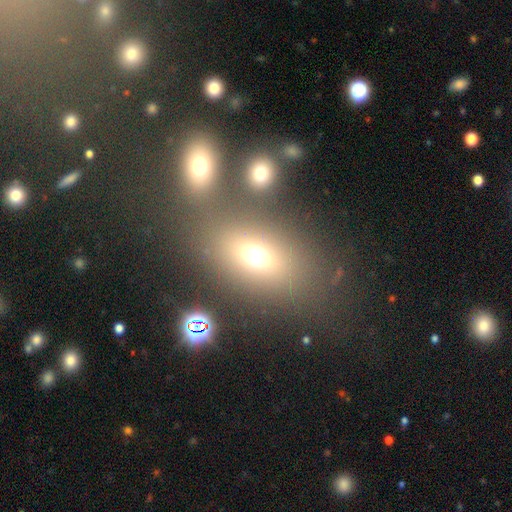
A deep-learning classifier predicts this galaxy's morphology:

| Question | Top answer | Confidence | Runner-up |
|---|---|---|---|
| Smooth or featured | smooth | 66% | star or artifact (18%) |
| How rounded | in between | 75% | round (22%) |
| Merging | none | 61% | merger (20%) |